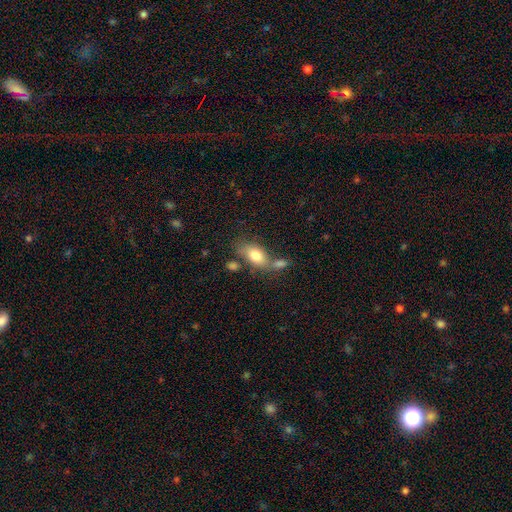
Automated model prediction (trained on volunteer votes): Morphology: type=smooth (77%); roundness=in between (87%); merging=none (51%).